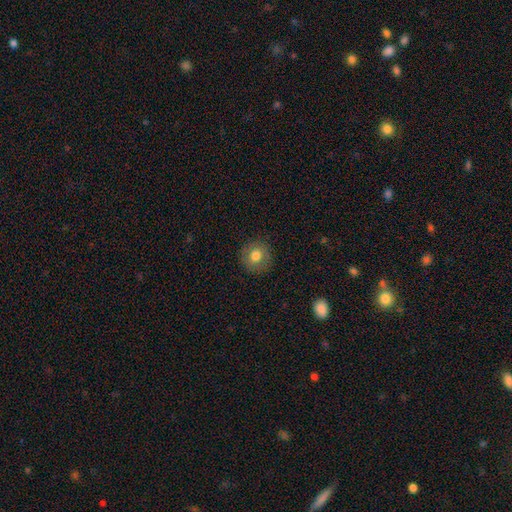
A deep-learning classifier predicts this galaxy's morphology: This appears to be a smooth galaxy with no disk features (76%) that is round (89%). Merging: none (89%).